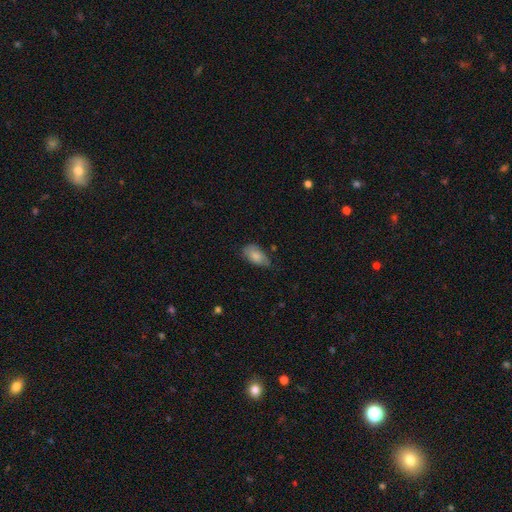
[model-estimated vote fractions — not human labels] Overall: smooth (81%). How rounded: in between (93%). Merging: none (58%; minor disturbance 34%).